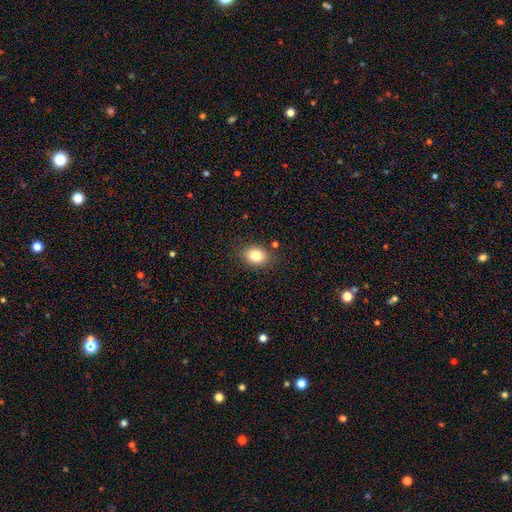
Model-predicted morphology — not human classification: Smooth or featured: smooth — 82% (star or artifact — 10%)
How rounded: in between — 56% (round — 43%)
Merging: none — 85% (minor disturbance — 10%)